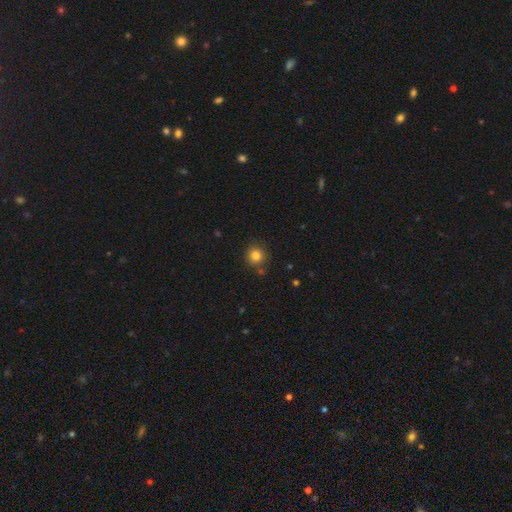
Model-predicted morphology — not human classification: A smooth galaxy with no disk features (82%) that is round (91%). Merging: none (84%).